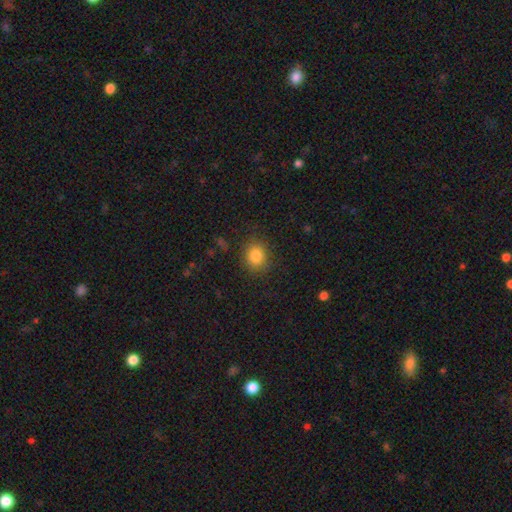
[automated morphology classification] Q: Smooth or featured?
A: smooth (83%); runner-up: star or artifact (11%)
Q: How rounded?
A: round (71%); runner-up: in between (28%)
Q: Merging?
A: none (85%); runner-up: minor disturbance (10%)